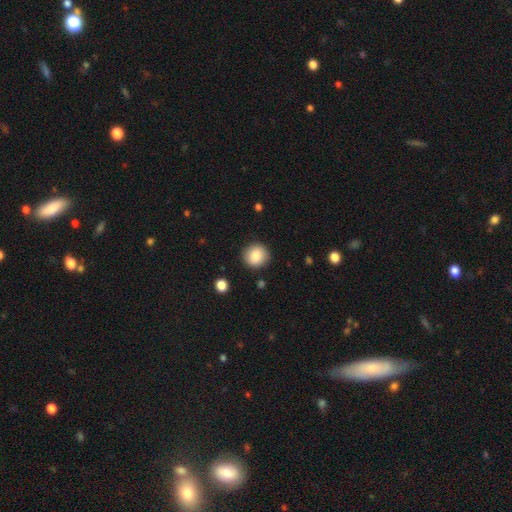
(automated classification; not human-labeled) smooth_or_featured: smooth (p=0.84) [alt: star or artifact p=0.09]
how_rounded: round (p=0.91) [alt: in between p=0.08]
merging: none (p=0.90) [alt: minor disturbance p=0.07]